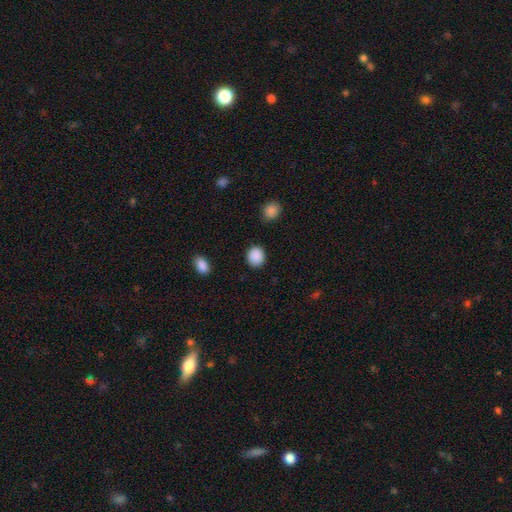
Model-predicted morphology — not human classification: Overall: smooth (90%). How rounded: round (73%). Merging: none (88%).